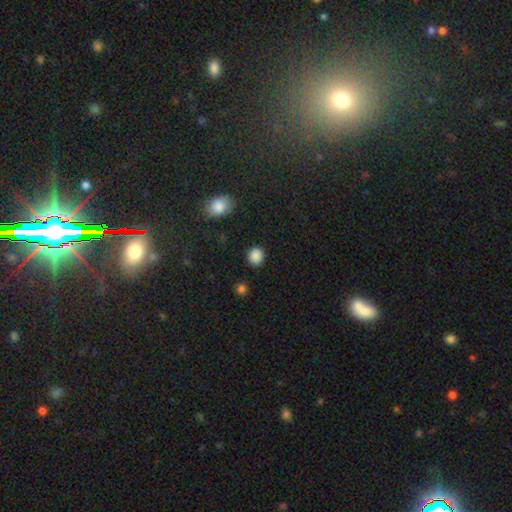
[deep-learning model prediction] Overall: smooth (88%). How rounded: round (70%). Merging: none (89%).